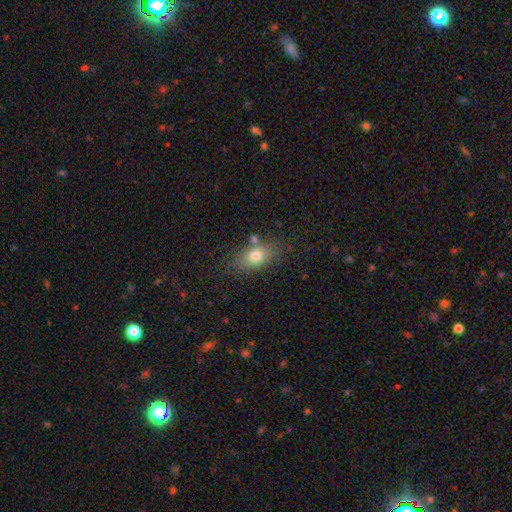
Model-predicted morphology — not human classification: Smooth or featured: smooth — 75% (featured or disk — 15%)
How rounded: in between — 77% (round — 16%)
Merging: none — 72% (minor disturbance — 15%)